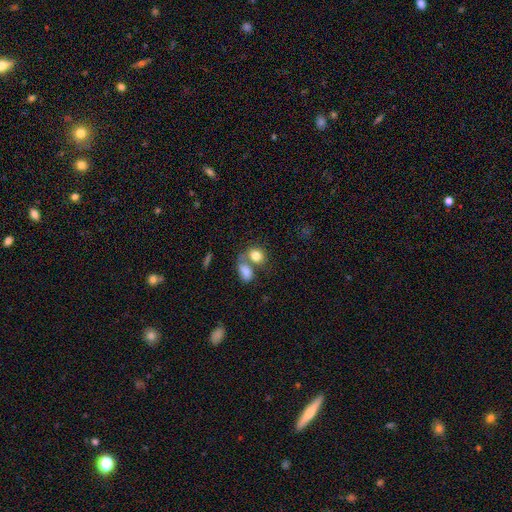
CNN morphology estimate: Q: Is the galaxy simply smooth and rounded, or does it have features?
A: smooth — 81%.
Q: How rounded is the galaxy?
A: in between — 50%.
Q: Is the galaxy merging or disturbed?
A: merger — 46%.